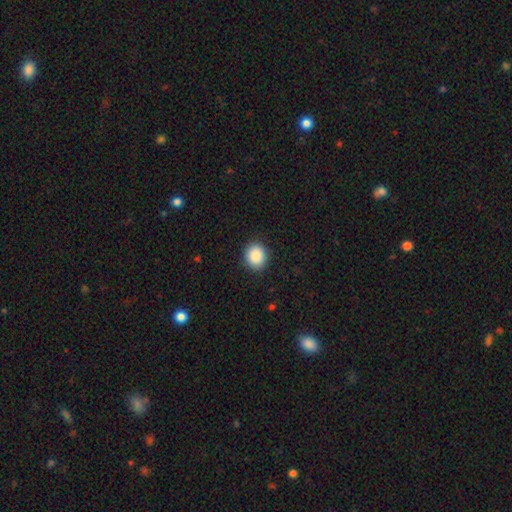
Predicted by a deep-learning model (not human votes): Smooth or featured?
  - smooth: 89% *
  - star or artifact: 8%
  - featured or disk: 3%
How rounded?
  - round: 77% *
  - in between: 22%
  - cigar-shaped: 1%
Merging?
  - none: 91% *
  - minor disturbance: 6%
  - major disturbance: 2%
  - merger: 1%